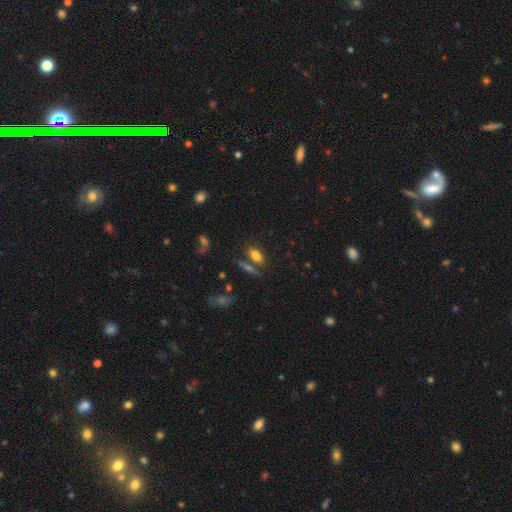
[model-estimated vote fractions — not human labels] smooth-or-featured: smooth: 76% | featured or disk: 15% | star or artifact: 10%
  how-rounded: in between: 80% | cigar-shaped: 15% | round: 4%
  merging: none: 66% | merger: 17% | minor disturbance: 12% | major disturbance: 5%